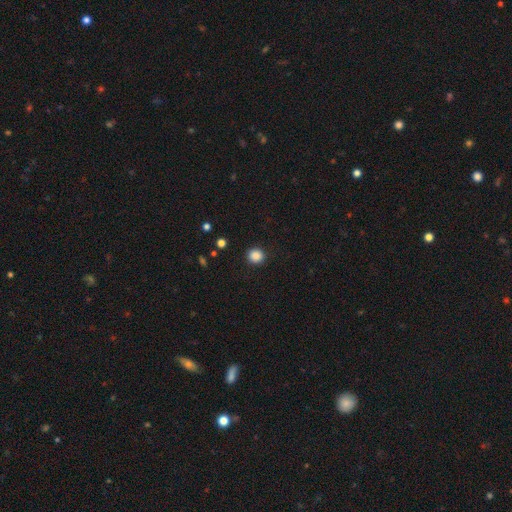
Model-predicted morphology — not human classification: A smooth galaxy with no disk features (86%) that is round (89%).

Vote fractions:
- Smooth or featured? smooth: 86% / star or artifact: 11% / featured or disk: 3%
- How rounded? round: 89% / in between: 10% / cigar-shaped: 1%
- Merging? none: 91% / minor disturbance: 6% / major disturbance: 2% / merger: 1%